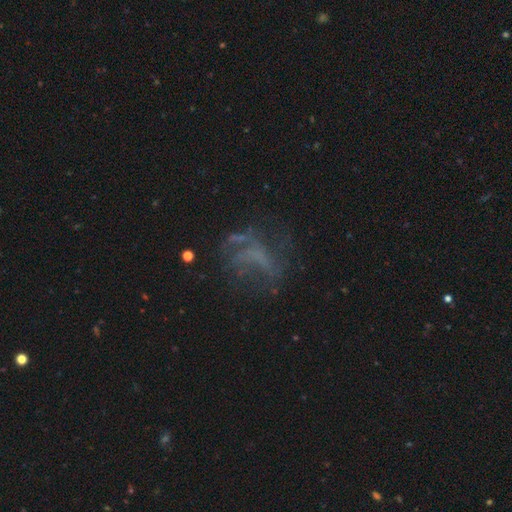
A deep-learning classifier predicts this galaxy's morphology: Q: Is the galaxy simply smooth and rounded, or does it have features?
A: featured or disk — 53%.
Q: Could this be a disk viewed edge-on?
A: no — 96%.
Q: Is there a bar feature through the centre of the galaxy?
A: no — 74%.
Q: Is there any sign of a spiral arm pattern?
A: no — 72%.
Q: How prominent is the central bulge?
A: none — 80%.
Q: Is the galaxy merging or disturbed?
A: none — 48%.